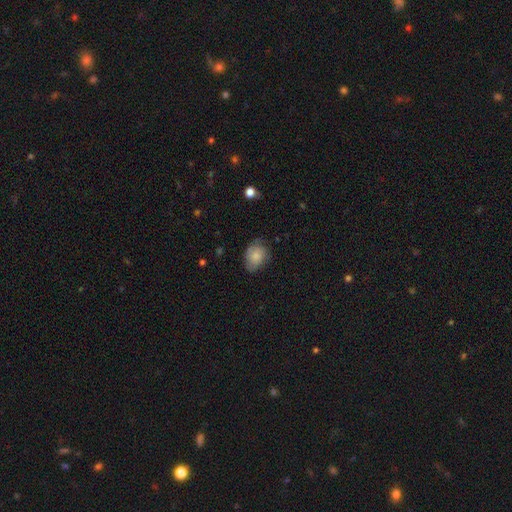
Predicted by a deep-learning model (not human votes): This appears to be a smooth galaxy with no disk features (70%) that is in between round and cigar-shaped (57%). Merging: none (60%).